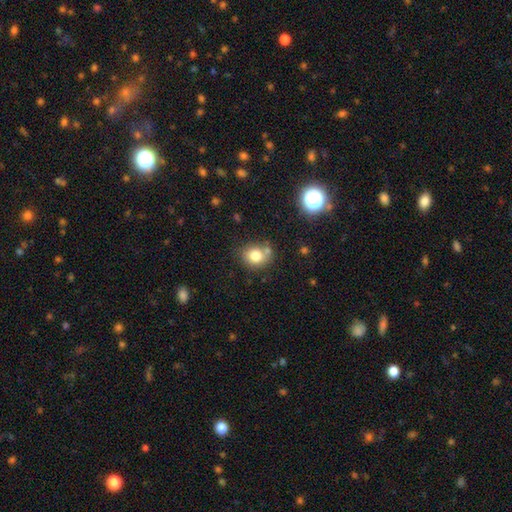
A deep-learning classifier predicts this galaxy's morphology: A smooth galaxy with no disk features (79%) that is round (68%). Merging: none (64%).